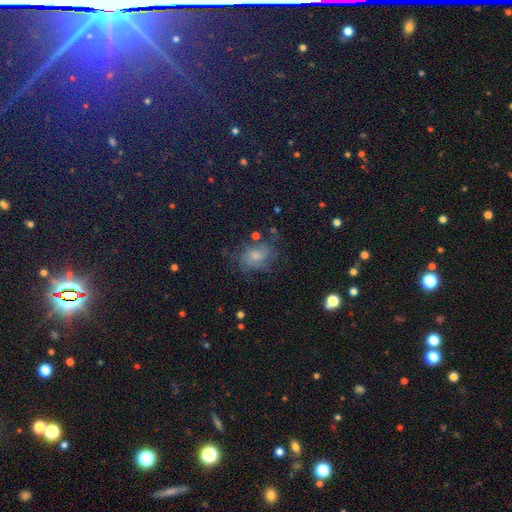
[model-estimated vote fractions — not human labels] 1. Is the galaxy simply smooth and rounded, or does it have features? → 42% featured or disk, 39% smooth, 19% star or artifact.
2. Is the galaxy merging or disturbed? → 59% none, 23% minor disturbance, 15% major disturbance, 3% merger.